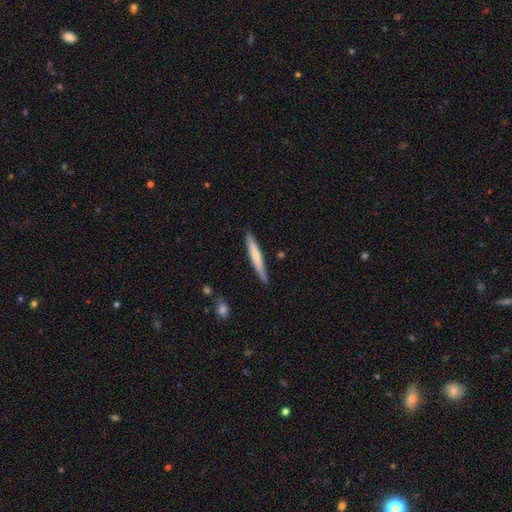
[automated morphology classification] Smooth or featured? Predicted: smooth (p=0.64). How rounded? Predicted: cigar-shaped (p=0.94). Merging? Predicted: none (p=0.84).